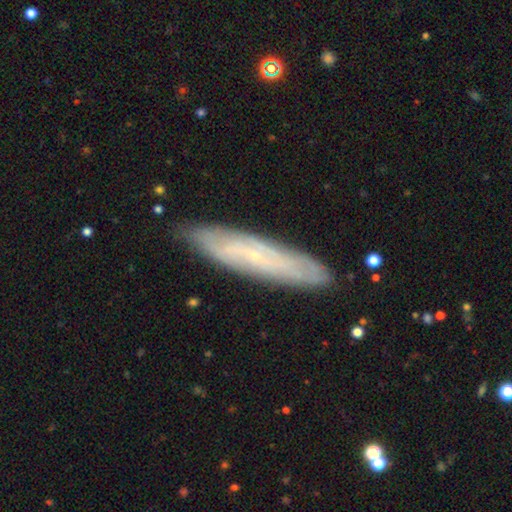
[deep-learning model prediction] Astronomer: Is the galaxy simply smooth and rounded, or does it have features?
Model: featured or disk — 62%.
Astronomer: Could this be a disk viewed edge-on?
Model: no — 53% (runner-up: yes, 47%).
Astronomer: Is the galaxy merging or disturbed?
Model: none — 86%.